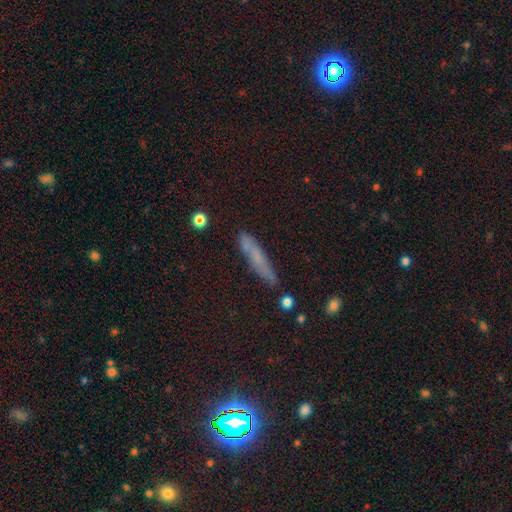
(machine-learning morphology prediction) smooth_or_featured: smooth (p=0.51) [alt: featured or disk p=0.27]
how_rounded: cigar-shaped (p=0.88) [alt: in between p=0.08]
merging: none (p=0.76) [alt: minor disturbance p=0.16]